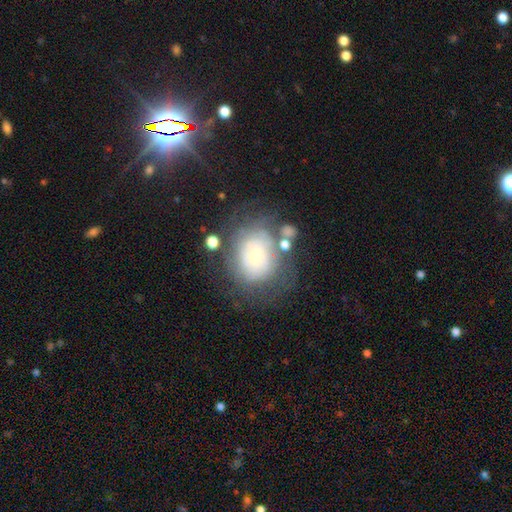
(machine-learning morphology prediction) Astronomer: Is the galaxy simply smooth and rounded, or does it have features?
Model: featured or disk — 55% (runner-up: smooth, 36%).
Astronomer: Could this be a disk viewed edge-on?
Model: no — 96%.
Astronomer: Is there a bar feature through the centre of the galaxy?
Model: no — 85%.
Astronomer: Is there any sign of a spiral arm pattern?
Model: no — 51% (runner-up: yes, 49%).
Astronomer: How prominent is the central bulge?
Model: small — 49% (runner-up: moderate, 44%).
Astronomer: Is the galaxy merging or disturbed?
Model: none — 58%.